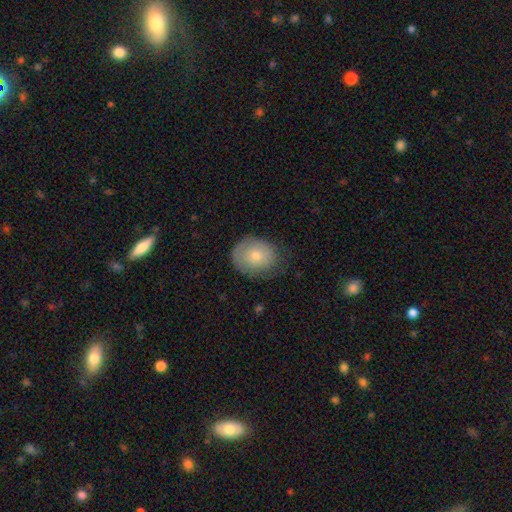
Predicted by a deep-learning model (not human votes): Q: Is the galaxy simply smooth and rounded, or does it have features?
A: smooth — 66%.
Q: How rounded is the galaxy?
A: round — 60%.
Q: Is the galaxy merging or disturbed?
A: none — 70%.